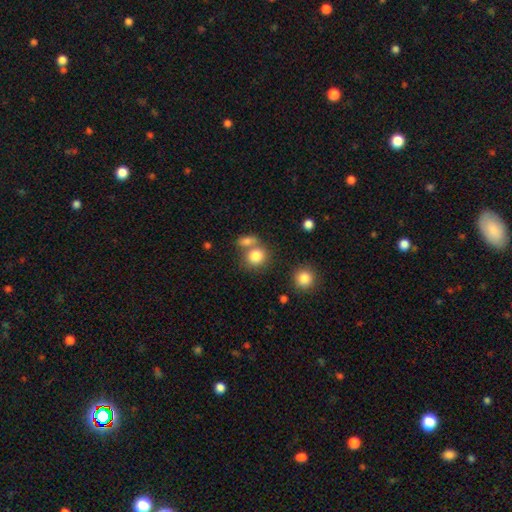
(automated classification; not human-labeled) The model was most divided on "merging": none: 48%, merger: 38%, minor disturbance: 10%, major disturbance: 4%. More confident: smooth or featured — smooth (82%); how rounded — round (73%).